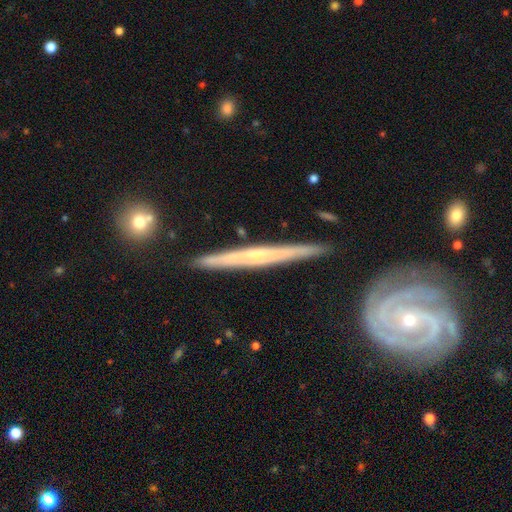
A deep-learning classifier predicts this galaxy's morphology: Smooth or featured: featured or disk — 71% (smooth — 23%)
Edge-on disk: yes — 93% (no — 7%)
Edge-on bulge: none — 67% (rounded — 27%)
Merging: none — 87% (minor disturbance — 9%)